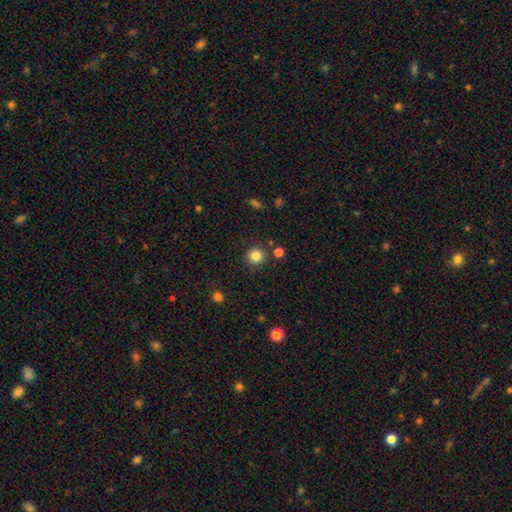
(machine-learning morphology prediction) smooth-or-featured: smooth: 83% | star or artifact: 12% | featured or disk: 5%
  how-rounded: round: 93% | in between: 6% | cigar-shaped: 1%
  merging: none: 87% | minor disturbance: 7% | merger: 4% | major disturbance: 2%